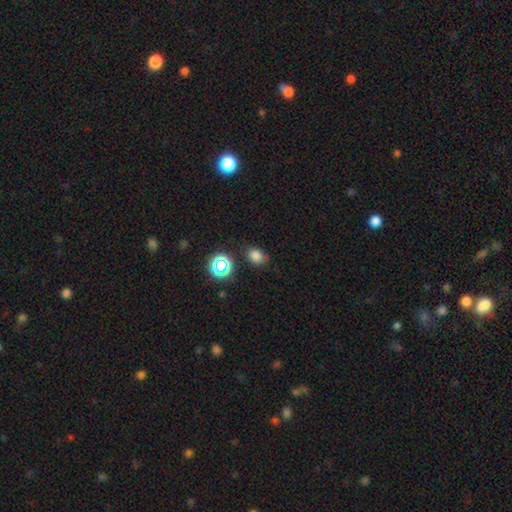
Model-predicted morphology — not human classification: type=smooth (75%); roundness=in between (61%); merging=none (70%).